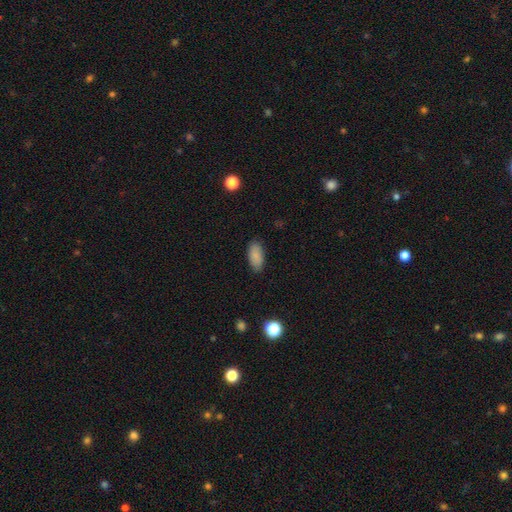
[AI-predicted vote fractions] The model was most divided on "merging": none: 86%, minor disturbance: 11%, major disturbance: 2%, merger: 1%. More confident: how rounded — in between (91%); smooth or featured — smooth (86%).